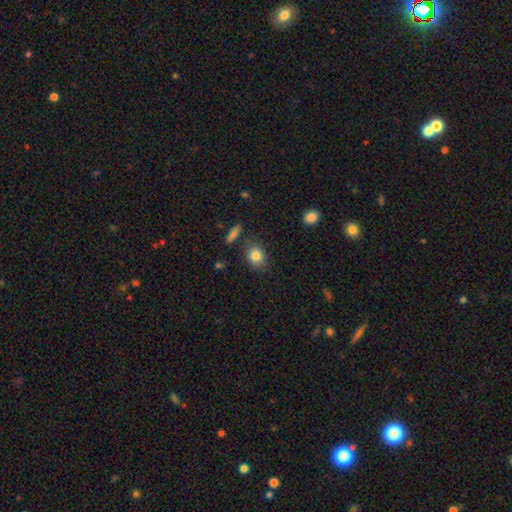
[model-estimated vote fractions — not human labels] Q: Smooth or featured?
A: smooth (83%); runner-up: star or artifact (9%)
Q: How rounded?
A: round (61%); runner-up: in between (38%)
Q: Merging?
A: none (82%); runner-up: minor disturbance (11%)